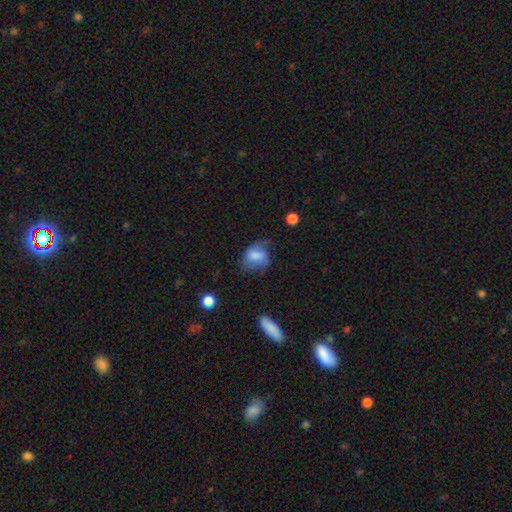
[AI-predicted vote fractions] Q: Smooth or featured?
A: smooth (56%); runner-up: featured or disk (35%)
Q: How rounded?
A: in between (72%); runner-up: round (26%)
Q: Merging?
A: none (37%); runner-up: minor disturbance (30%)